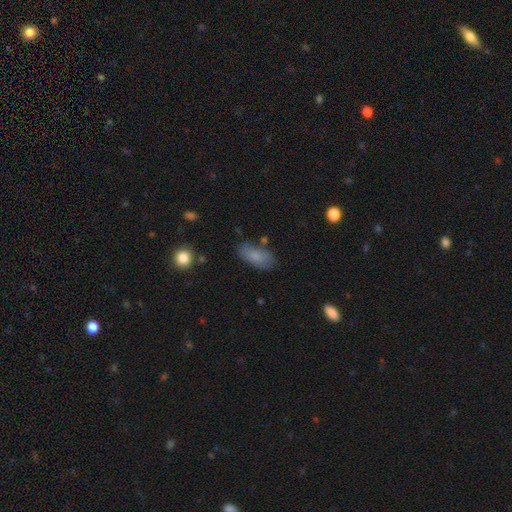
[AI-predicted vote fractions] The model was most divided on "merging": none: 73%, minor disturbance: 19%, major disturbance: 5%, merger: 4%. More confident: how rounded — in between (88%); smooth or featured — smooth (80%).